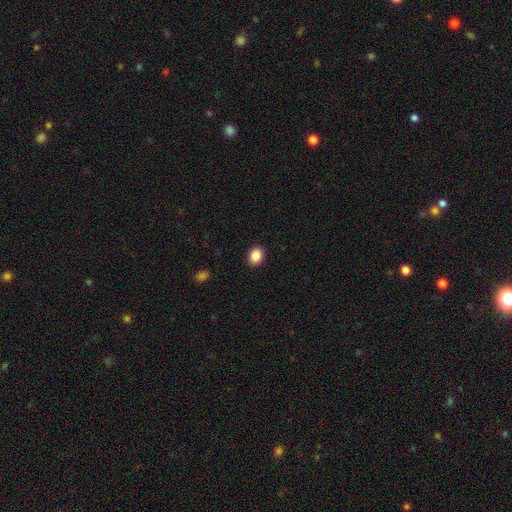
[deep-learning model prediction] smooth-or-featured: smooth: 88% | star or artifact: 9% | featured or disk: 3%
  how-rounded: in between: 57% | round: 42% | cigar-shaped: 1%
  merging: none: 91% | minor disturbance: 6% | major disturbance: 2% | merger: 1%